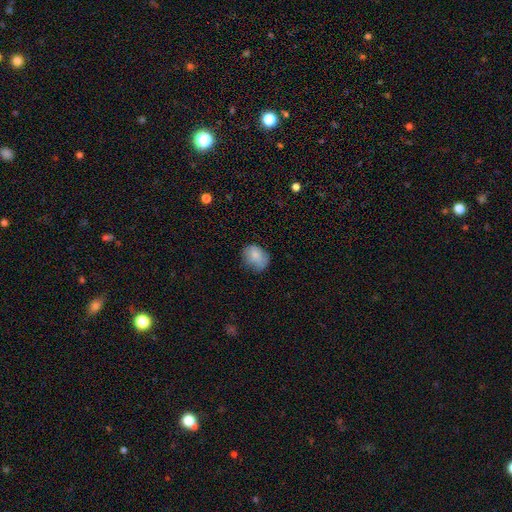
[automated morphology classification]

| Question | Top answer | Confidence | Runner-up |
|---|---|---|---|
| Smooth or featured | smooth | 82% | featured or disk (10%) |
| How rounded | in between | 55% | round (44%) |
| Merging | none | 62% | minor disturbance (28%) |